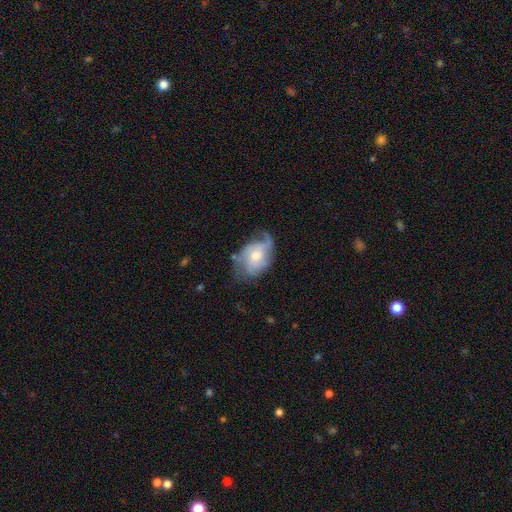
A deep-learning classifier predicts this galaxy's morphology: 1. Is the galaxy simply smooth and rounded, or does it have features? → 71% featured or disk, 23% smooth, 6% star or artifact.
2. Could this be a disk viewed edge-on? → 96% no, 4% yes.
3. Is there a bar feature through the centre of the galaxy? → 70% no, 26% weak, 4% strong.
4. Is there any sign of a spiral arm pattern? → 88% yes, 12% no.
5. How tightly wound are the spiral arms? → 41% medium, 34% loose, 26% tight.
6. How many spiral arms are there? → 30% 2, 25% can't tell, 23% 3, 10% 1, 6% 4, 4% more than 4.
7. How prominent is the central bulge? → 61% moderate, 27% small, 8% large, 2% none, 1% dominant.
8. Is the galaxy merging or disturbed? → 50% none, 28% minor disturbance, 19% major disturbance, 2% merger.